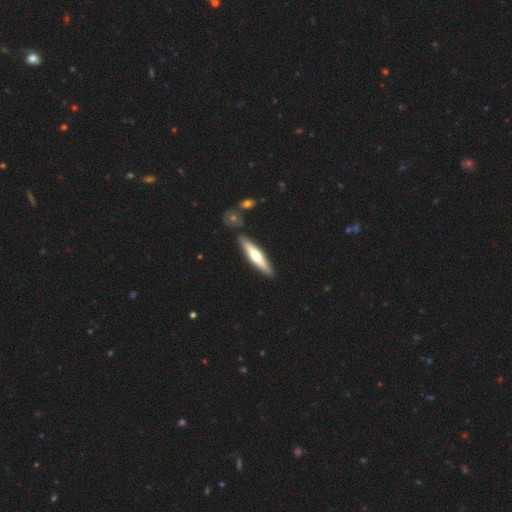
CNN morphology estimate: The model was most divided on "smooth or featured": featured or disk: 55%, smooth: 40%, star or artifact: 5%. More confident: edge-on disk — yes (94%); merging — none (89%); edge-on bulge — rounded (89%).